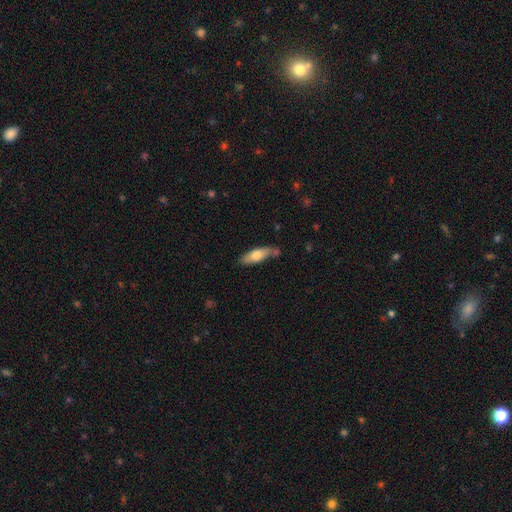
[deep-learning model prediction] This appears to be a smooth galaxy with no disk features (66%) that is cigar-shaped (53%). Merging: none (67%).